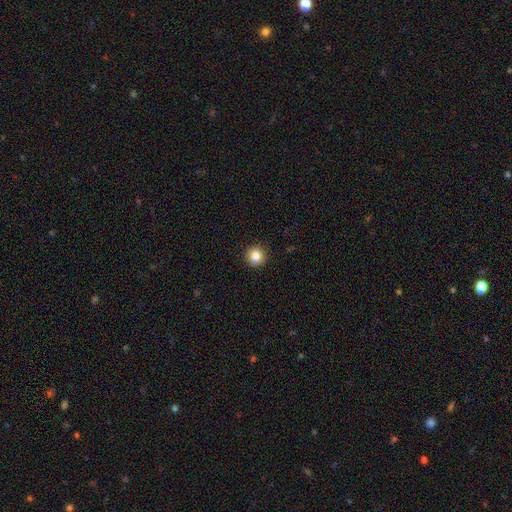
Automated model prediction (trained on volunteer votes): Smooth or featured?
  - smooth: 85% *
  - star or artifact: 10%
  - featured or disk: 5%
How rounded?
  - round: 93% *
  - in between: 6%
  - cigar-shaped: 1%
Merging?
  - none: 93% *
  - minor disturbance: 5%
  - major disturbance: 2%
  - merger: 1%